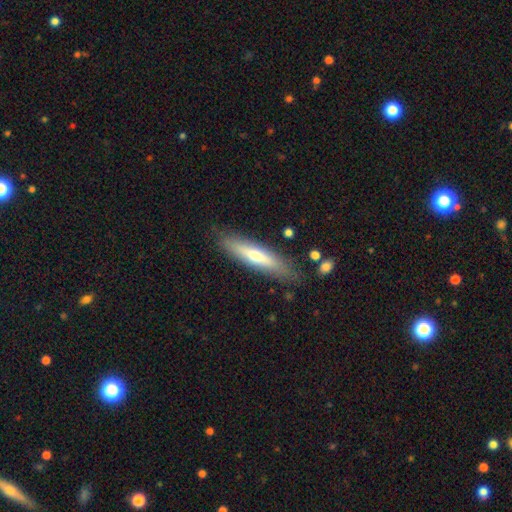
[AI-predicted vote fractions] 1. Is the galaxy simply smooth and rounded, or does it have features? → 53% smooth, 41% featured or disk, 6% star or artifact.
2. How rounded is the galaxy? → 77% cigar-shaped, 21% in between, 2% round.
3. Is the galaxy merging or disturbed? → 83% none, 12% minor disturbance, 3% major disturbance, 2% merger.